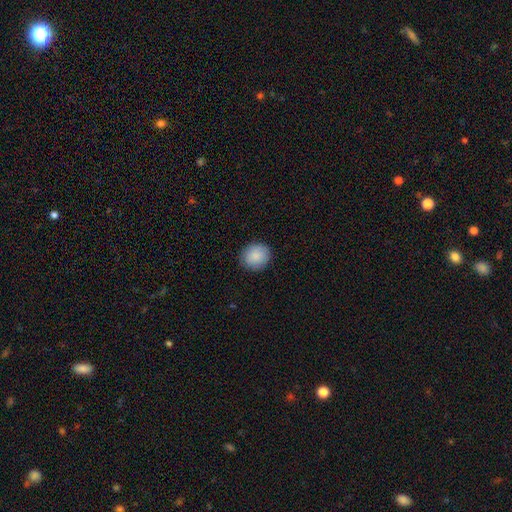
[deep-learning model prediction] This is clearly a smooth galaxy (89%). How rounded: clearly round (84%). Merging: clearly none (89%).